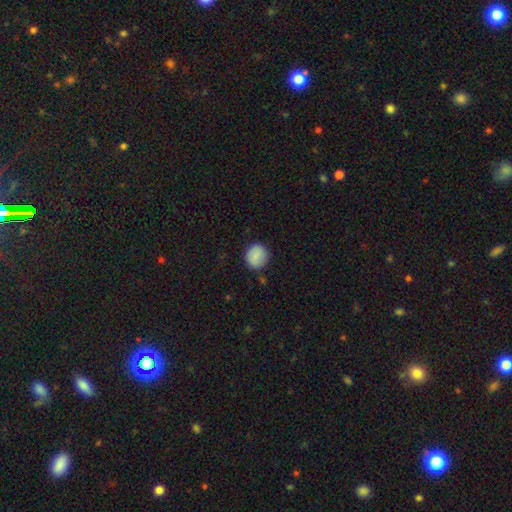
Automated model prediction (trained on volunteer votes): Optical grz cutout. It shows a smooth galaxy with no disk features (87%) that is round (84%). Merging: none (85%).